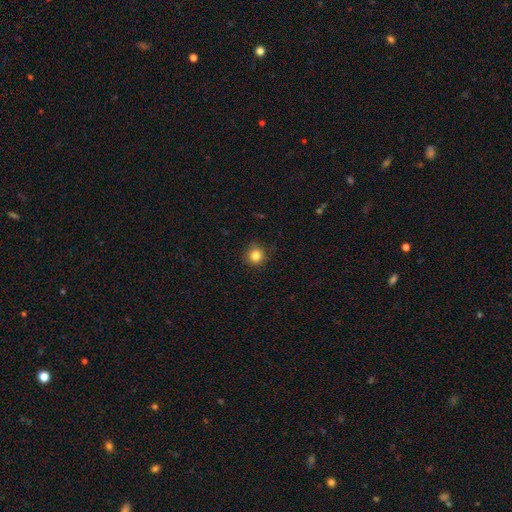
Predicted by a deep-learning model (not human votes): Smooth or featured?
  - smooth: 84% *
  - star or artifact: 11%
  - featured or disk: 5%
How rounded?
  - round: 91% *
  - in between: 8%
  - cigar-shaped: 1%
Merging?
  - none: 88% *
  - minor disturbance: 9%
  - major disturbance: 2%
  - merger: 1%